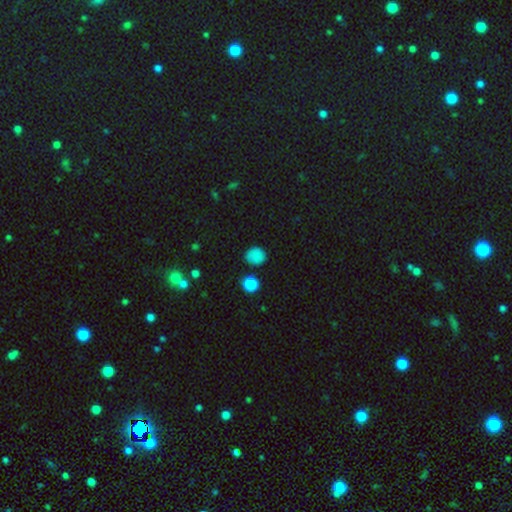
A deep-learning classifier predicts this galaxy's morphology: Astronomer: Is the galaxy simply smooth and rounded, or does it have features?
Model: smooth — 81%.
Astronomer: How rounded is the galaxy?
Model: round — 71%.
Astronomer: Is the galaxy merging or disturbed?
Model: none — 80%.